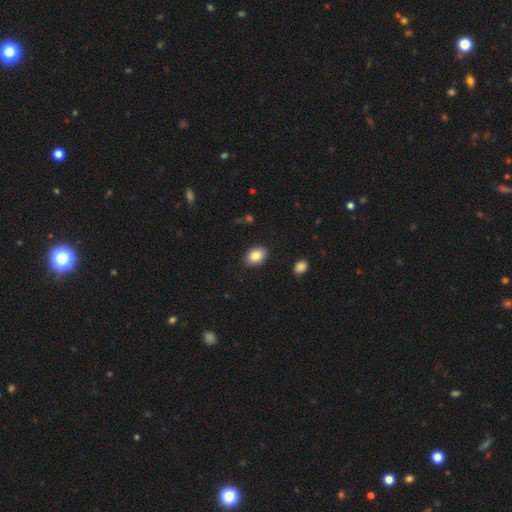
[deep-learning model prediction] smooth-or-featured: smooth: 85% | star or artifact: 8% | featured or disk: 7%
  how-rounded: in between: 73% | round: 26% | cigar-shaped: 1%
  merging: none: 89% | minor disturbance: 8% | major disturbance: 2% | merger: 1%